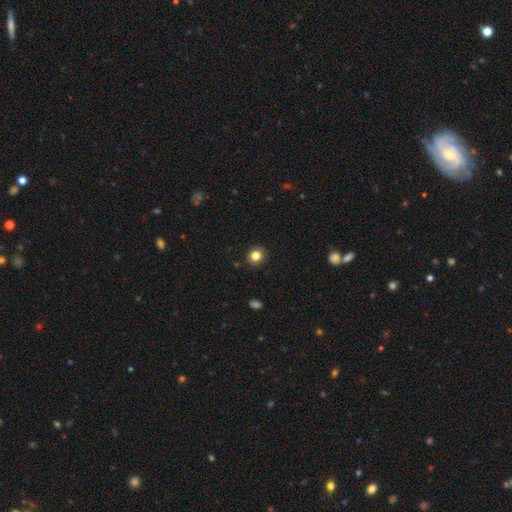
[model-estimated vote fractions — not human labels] Smooth or featured? smooth (83%)
How rounded? round (82%)
Merging? none (91%)